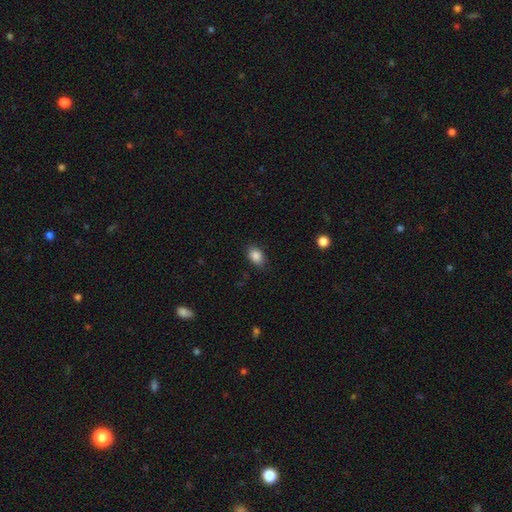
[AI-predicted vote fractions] Smooth or featured? smooth (87%)
How rounded? in between (79%)
Merging? none (85%)